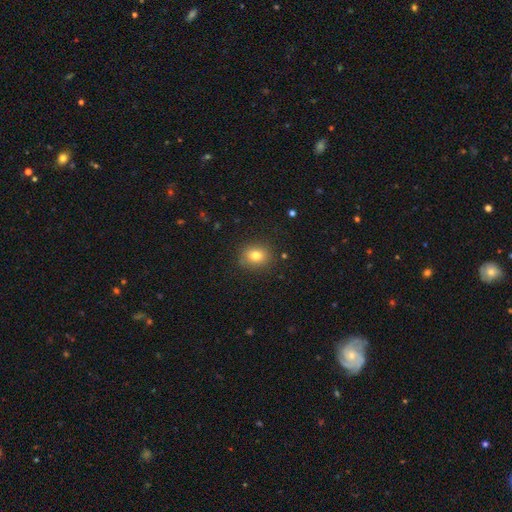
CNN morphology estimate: The model was most divided on "how rounded": round: 61%, in between: 38%, cigar-shaped: 1%. More confident: merging — none (86%); smooth or featured — smooth (78%).